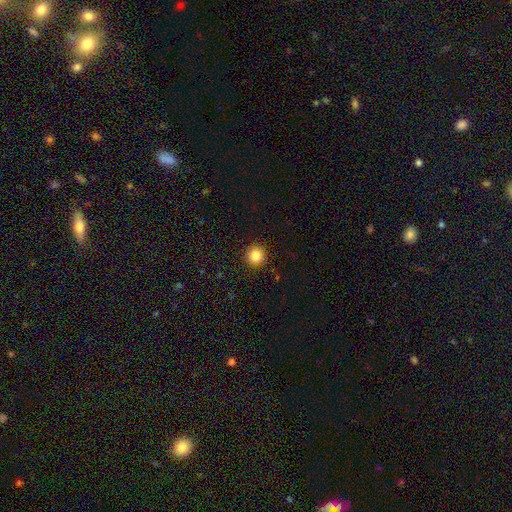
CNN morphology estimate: A smooth galaxy with no disk features (86%) that is round (94%).

Vote fractions:
- Smooth or featured? smooth: 86% / star or artifact: 10% / featured or disk: 4%
- How rounded? round: 94% / in between: 5% / cigar-shaped: 1%
- Merging? none: 92% / minor disturbance: 6% / major disturbance: 2% / merger: 1%